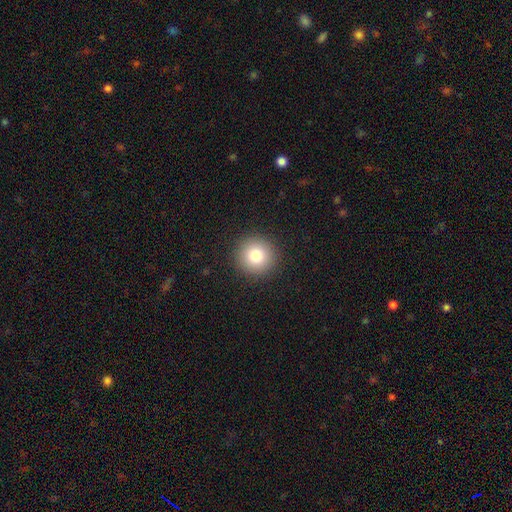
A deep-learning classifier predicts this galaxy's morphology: The model was most divided on "smooth or featured": smooth: 81%, star or artifact: 11%, featured or disk: 8%. More confident: how rounded — round (93%); merging — none (92%).